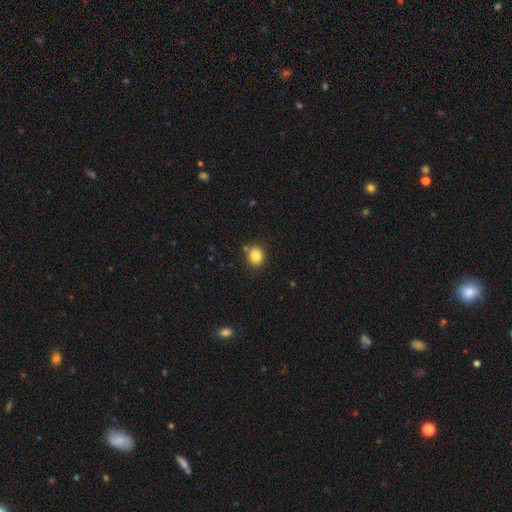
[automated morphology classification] smooth-or-featured: smooth: 83% | star or artifact: 11% | featured or disk: 6%
  how-rounded: round: 80% | in between: 20% | cigar-shaped: 1%
  merging: none: 80% | minor disturbance: 10% | merger: 7% | major disturbance: 3%